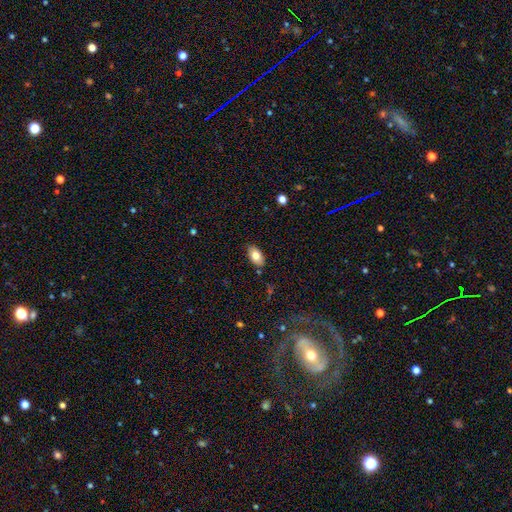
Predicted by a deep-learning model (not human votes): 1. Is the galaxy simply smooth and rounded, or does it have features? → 79% smooth, 14% featured or disk, 7% star or artifact.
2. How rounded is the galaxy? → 93% in between, 5% round, 2% cigar-shaped.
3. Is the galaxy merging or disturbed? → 85% none, 11% minor disturbance, 2% major disturbance, 2% merger.